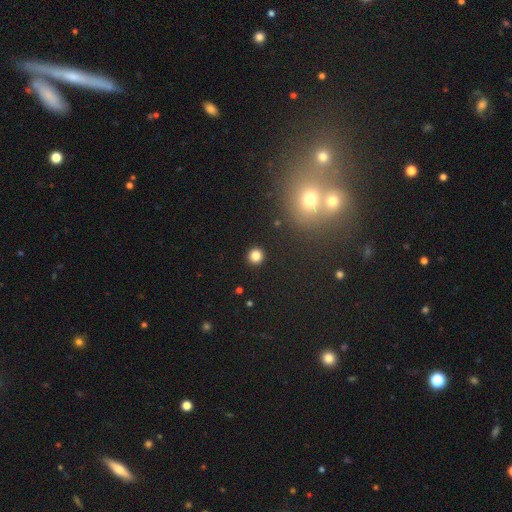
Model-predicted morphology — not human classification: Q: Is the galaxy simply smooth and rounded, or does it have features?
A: smooth — 83%.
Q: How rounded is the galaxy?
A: round — 93%.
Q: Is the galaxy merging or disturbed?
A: none — 92%.